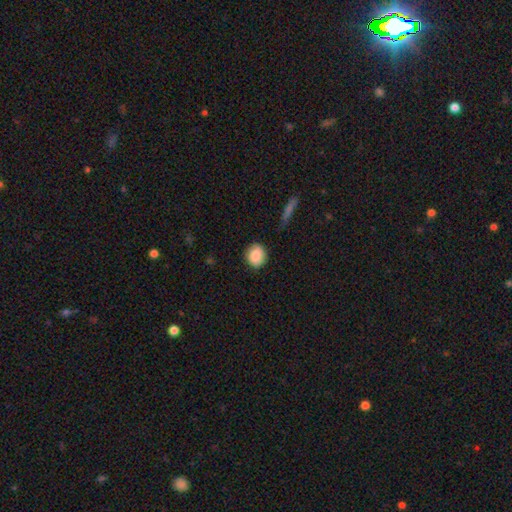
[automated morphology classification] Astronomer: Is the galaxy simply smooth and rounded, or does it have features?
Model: smooth — 88%.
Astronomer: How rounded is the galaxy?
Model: round — 76%.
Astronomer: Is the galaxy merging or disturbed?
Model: none — 86%.